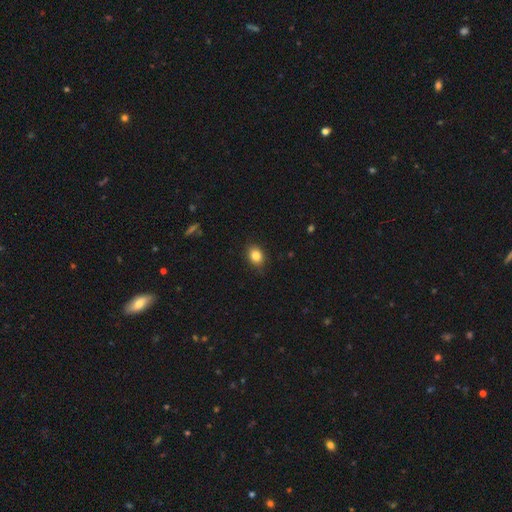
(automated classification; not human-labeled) Smooth or featured?
  - smooth: 84% *
  - star or artifact: 10%
  - featured or disk: 7%
How rounded?
  - in between: 60% *
  - round: 39%
  - cigar-shaped: 1%
Merging?
  - none: 83% *
  - minor disturbance: 13%
  - major disturbance: 2%
  - merger: 1%